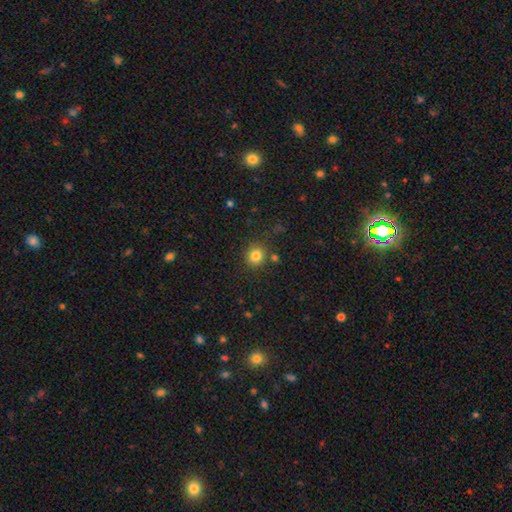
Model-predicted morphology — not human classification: A smooth galaxy with no disk features (83%) that is round (86%).

Vote fractions:
- Smooth or featured? smooth: 83% / star or artifact: 12% / featured or disk: 5%
- How rounded? round: 86% / in between: 13% / cigar-shaped: 1%
- Merging? none: 85% / minor disturbance: 8% / merger: 5% / major disturbance: 3%